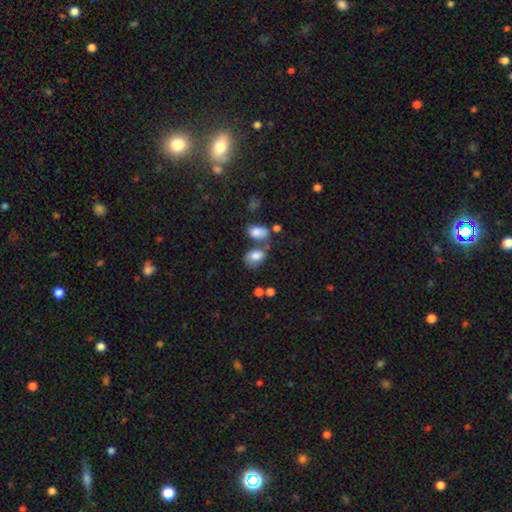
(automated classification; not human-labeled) Smooth or featured?
  - smooth: 77% *
  - featured or disk: 14%
  - star or artifact: 9%
How rounded?
  - in between: 79% *
  - round: 20%
  - cigar-shaped: 2%
Merging?
  - none: 37% *
  - merger: 33%
  - minor disturbance: 20%
  - major disturbance: 10%